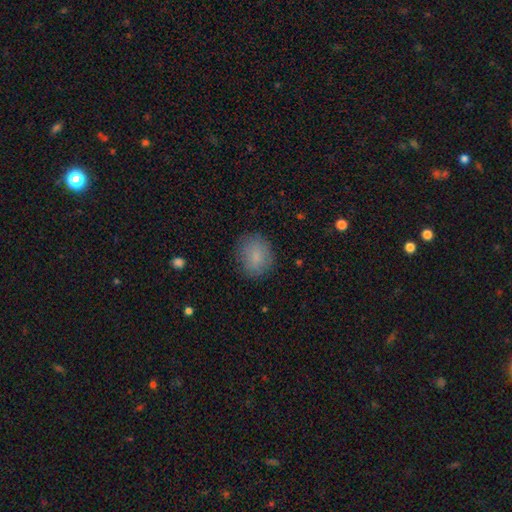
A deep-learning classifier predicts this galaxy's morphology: Smooth or featured: smooth — 84% (star or artifact — 8%)
How rounded: round — 61% (in between — 37%)
Merging: none — 81% (minor disturbance — 14%)